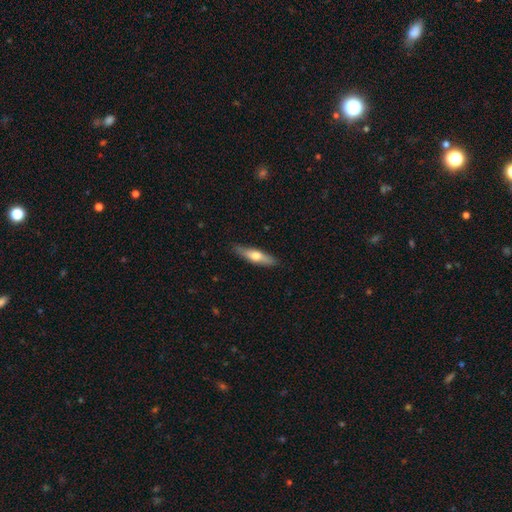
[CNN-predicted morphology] Smooth or featured: smooth — 58% (featured or disk — 37%)
How rounded: cigar-shaped — 68% (in between — 30%)
Merging: none — 86% (minor disturbance — 11%)